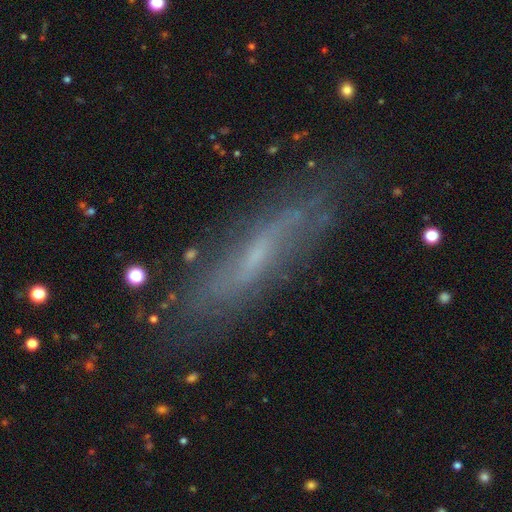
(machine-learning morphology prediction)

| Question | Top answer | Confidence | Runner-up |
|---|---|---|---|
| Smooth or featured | featured or disk | 61% | smooth (28%) |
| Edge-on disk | no | 51% | yes (49%) |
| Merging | none | 77% | minor disturbance (16%) |